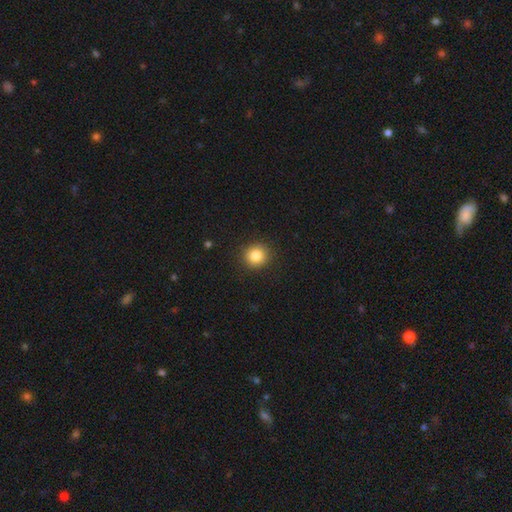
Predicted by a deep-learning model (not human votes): The model was most divided on "smooth or featured": smooth: 84%, star or artifact: 11%, featured or disk: 5%. More confident: merging — none (91%); how rounded — round (91%).